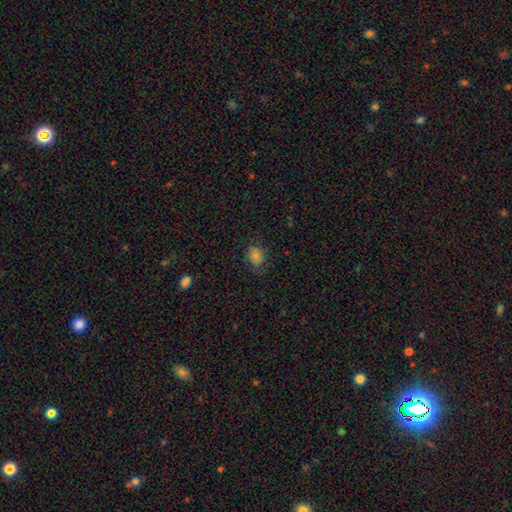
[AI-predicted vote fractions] The model was most divided on "how rounded": in between: 50%, round: 49%, cigar-shaped: 1%. More confident: merging — none (75%); smooth or featured — smooth (74%).